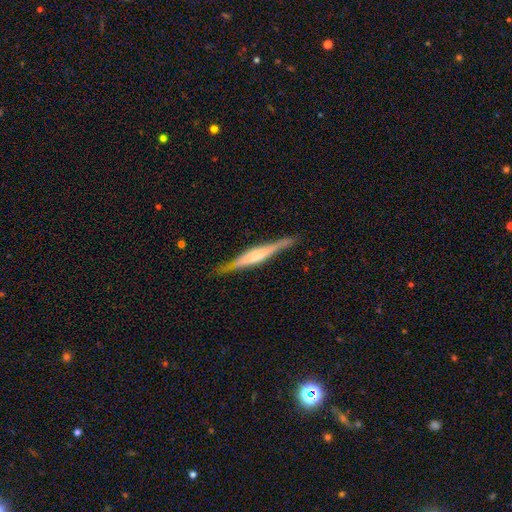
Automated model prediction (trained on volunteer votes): Q: Smooth or featured?
A: featured or disk (68%); runner-up: smooth (27%)
Q: Edge-on disk?
A: yes (96%); runner-up: no (4%)
Q: Edge-on bulge?
A: boxy (42%); runner-up: rounded (39%)
Q: Merging?
A: none (84%); runner-up: minor disturbance (12%)